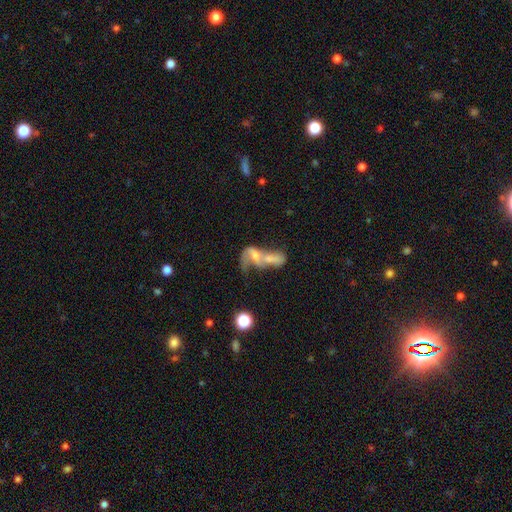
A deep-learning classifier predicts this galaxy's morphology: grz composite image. It shows a featured or disk galaxy (55%) with no bar (63%), spiral arms (58%) and a moderate central bulge (36%). Merging: merger (69%).